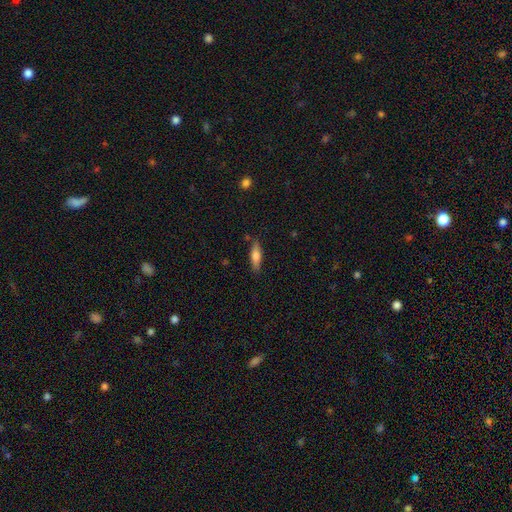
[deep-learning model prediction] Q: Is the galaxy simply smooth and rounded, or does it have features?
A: smooth — 69%.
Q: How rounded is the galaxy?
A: cigar-shaped — 59%.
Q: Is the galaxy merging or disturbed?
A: none — 82%.